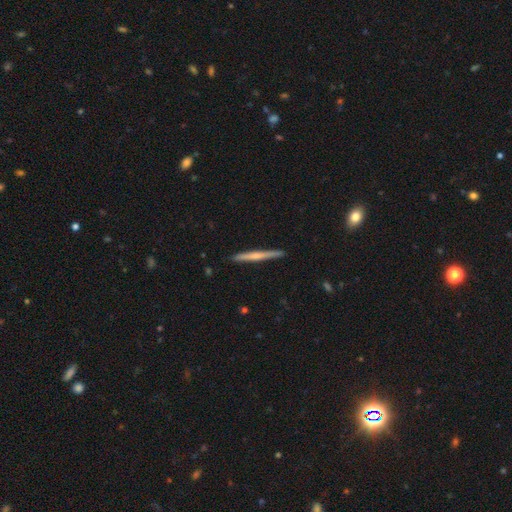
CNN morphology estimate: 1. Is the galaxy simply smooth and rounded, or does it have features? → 51% featured or disk, 44% smooth, 5% star or artifact.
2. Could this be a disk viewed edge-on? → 98% yes, 2% no.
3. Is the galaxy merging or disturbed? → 91% none, 6% minor disturbance, 1% major disturbance, 1% merger.